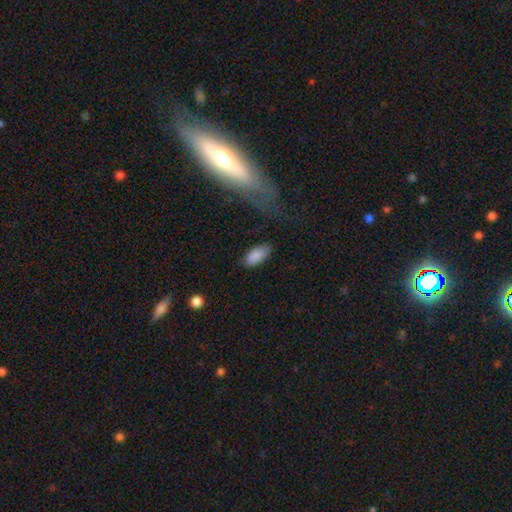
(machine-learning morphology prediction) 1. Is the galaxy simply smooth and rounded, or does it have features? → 88% smooth, 7% star or artifact, 5% featured or disk.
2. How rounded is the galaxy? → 92% in between, 6% cigar-shaped, 2% round.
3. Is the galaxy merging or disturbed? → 80% none, 15% minor disturbance, 4% major disturbance, 2% merger.